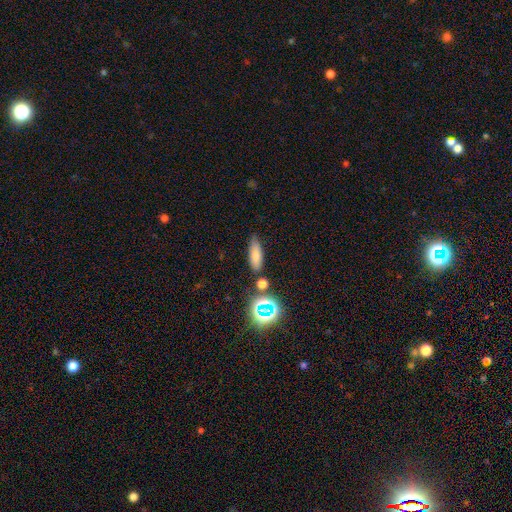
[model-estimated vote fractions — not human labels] Smooth or featured? smooth (71%)
How rounded? in between (54%)
Merging? none (75%)